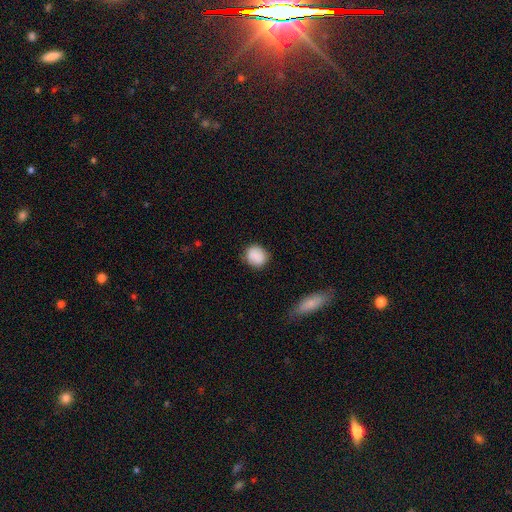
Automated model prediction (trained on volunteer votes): The model was most divided on "how rounded": round: 77%, in between: 22%, cigar-shaped: 1%. More confident: smooth or featured — smooth (88%); merging — none (79%).